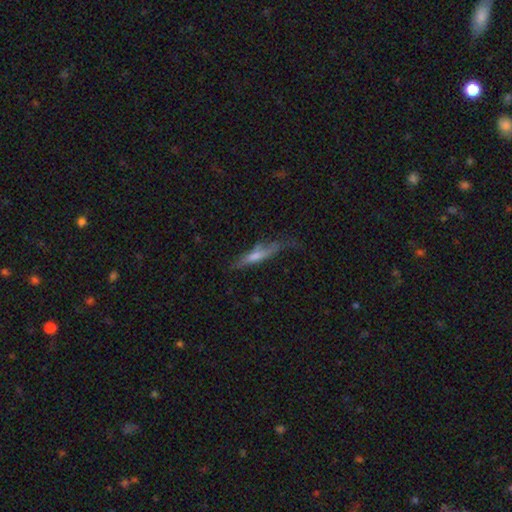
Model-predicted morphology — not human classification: smooth 48%, featured or disk 44%, star or artifact 8%. Down the decision tree: merging — none (54%).